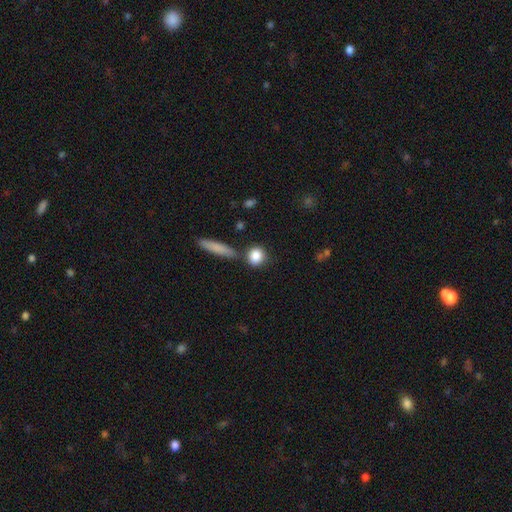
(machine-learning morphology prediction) Smooth or featured?
  - smooth: 85% *
  - star or artifact: 8%
  - featured or disk: 7%
How rounded?
  - round: 76% *
  - in between: 19%
  - cigar-shaped: 6%
Merging?
  - none: 73% *
  - minor disturbance: 12%
  - merger: 12%
  - major disturbance: 4%